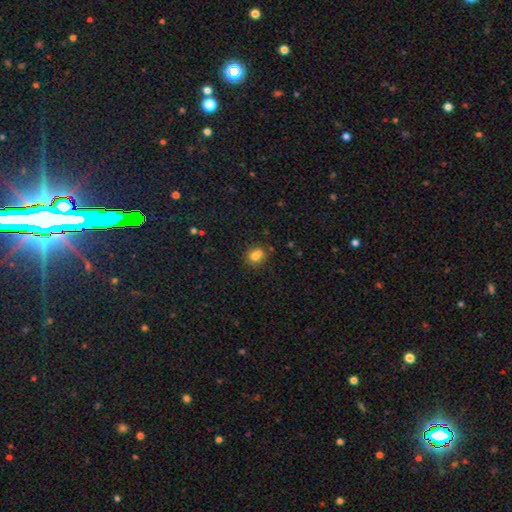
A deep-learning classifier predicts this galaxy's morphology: This is likely a smooth galaxy (74%). How rounded: likely round (69%). Merging: possibly none (50%).